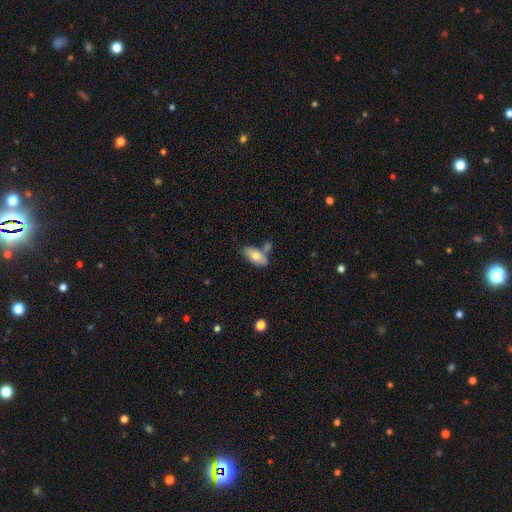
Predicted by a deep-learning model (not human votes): This is likely a smooth galaxy (75%). How rounded: clearly in between (89%). Merging: possibly none (54%).